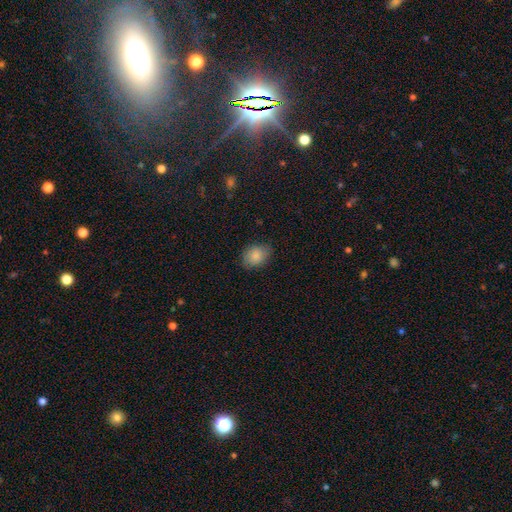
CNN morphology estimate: This is clearly a smooth galaxy (85%). How rounded: likely in between (70%). Merging: likely none (78%).